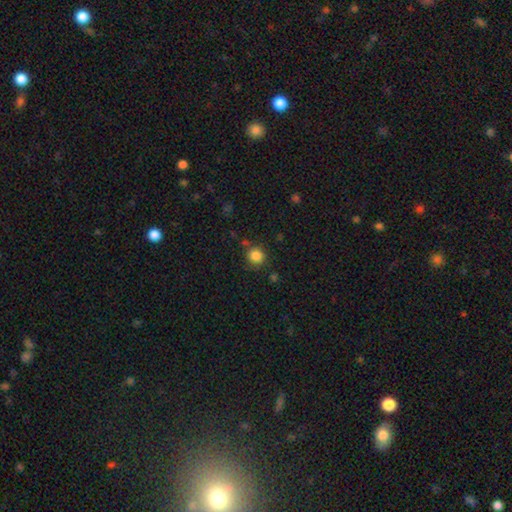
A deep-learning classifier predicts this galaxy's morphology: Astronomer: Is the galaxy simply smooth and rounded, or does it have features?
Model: smooth — 85%.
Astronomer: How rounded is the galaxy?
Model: round — 91%.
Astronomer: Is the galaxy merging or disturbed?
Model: none — 80%.